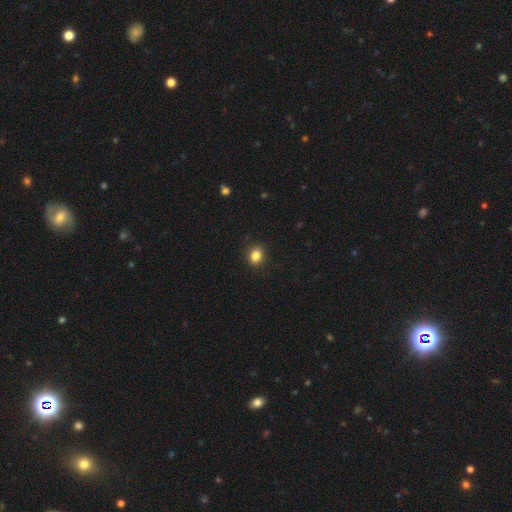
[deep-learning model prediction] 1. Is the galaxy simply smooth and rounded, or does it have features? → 84% smooth, 10% star or artifact, 5% featured or disk.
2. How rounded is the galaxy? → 52% in between, 47% round, 1% cigar-shaped.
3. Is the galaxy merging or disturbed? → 87% none, 10% minor disturbance, 2% major disturbance, 1% merger.